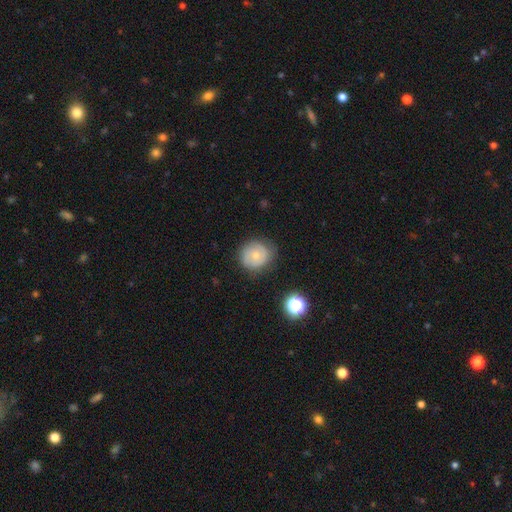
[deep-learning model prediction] Smooth or featured: smooth — 51% (featured or disk — 40%)
How rounded: round — 83% (in between — 16%)
Merging: none — 70% (minor disturbance — 22%)